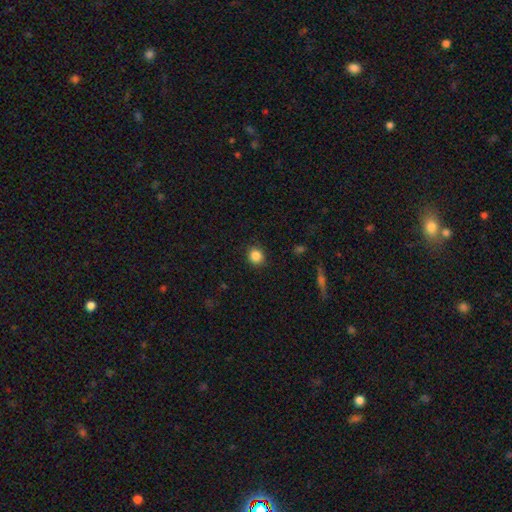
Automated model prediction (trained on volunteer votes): Smooth or featured? smooth (86%)
How rounded? round (84%)
Merging? none (89%)